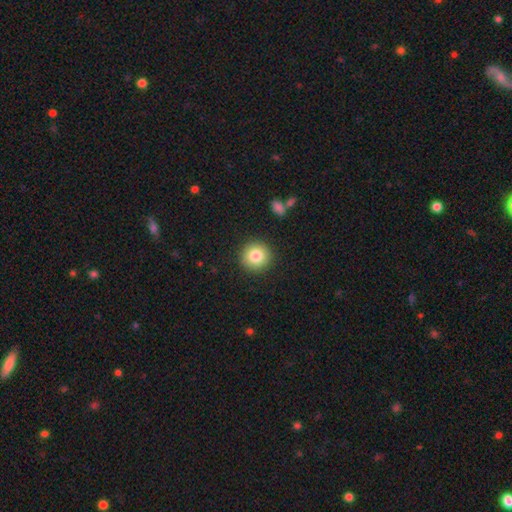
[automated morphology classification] smooth-or-featured: smooth: 82% | star or artifact: 9% | featured or disk: 8%
  how-rounded: round: 94% | in between: 5% | cigar-shaped: 1%
  merging: none: 90% | minor disturbance: 6% | major disturbance: 2% | merger: 1%